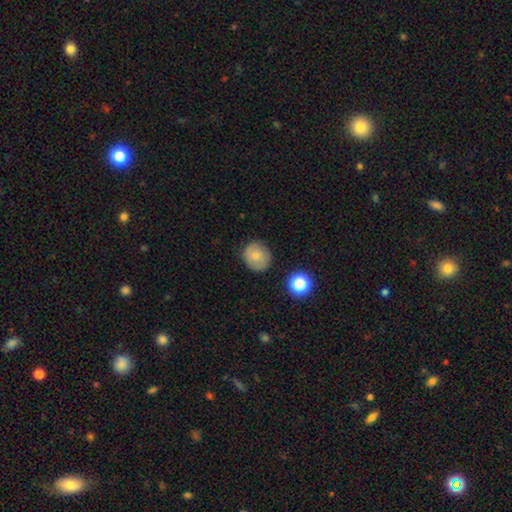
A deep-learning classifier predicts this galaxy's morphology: smooth 71%, featured or disk 19%, star or artifact 10%. Down the decision tree: how rounded — round (84%); merging — none (83%).